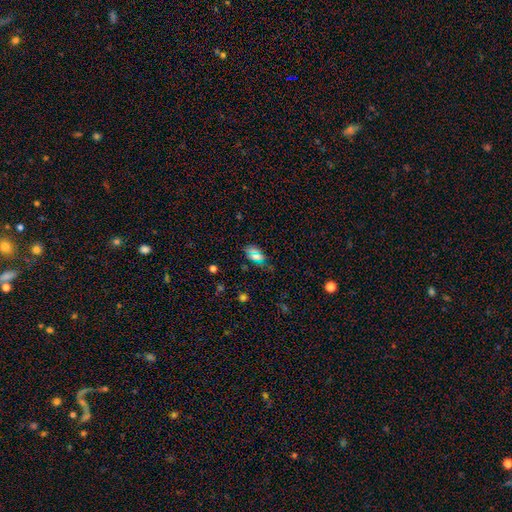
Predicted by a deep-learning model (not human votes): Smooth or featured: smooth — 61% (star or artifact — 28%)
How rounded: in between — 83% (round — 9%)
Merging: none — 72% (minor disturbance — 18%)